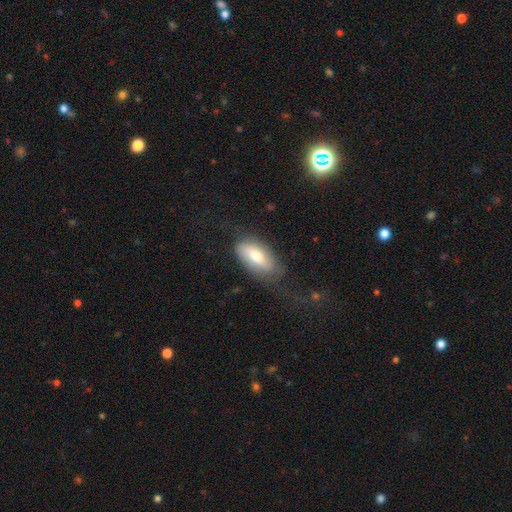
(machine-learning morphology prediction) smooth-or-featured: smooth: 57% | featured or disk: 36% | star or artifact: 7%
  how-rounded: in between: 87% | cigar-shaped: 10% | round: 3%
  merging: none: 56% | minor disturbance: 24% | major disturbance: 19% | merger: 2%